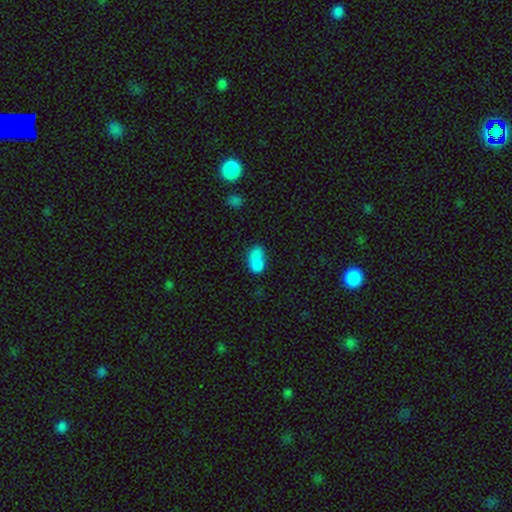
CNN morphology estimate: Smooth or featured? Predicted: smooth (p=0.76). How rounded? Predicted: in between (p=0.76). Merging? Predicted: merger (p=0.56).